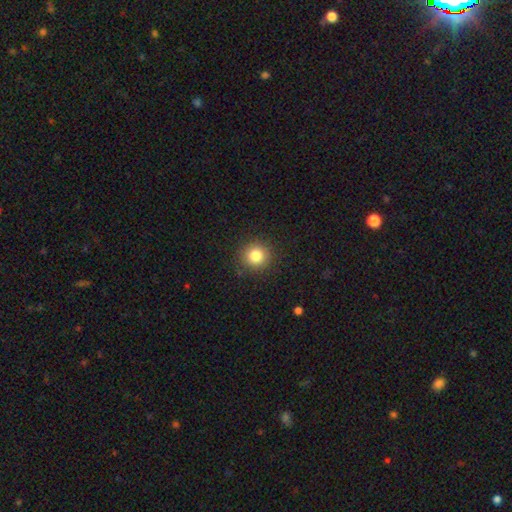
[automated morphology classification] A smooth galaxy with no disk features (82%) that is round (93%). Merging: none (90%).